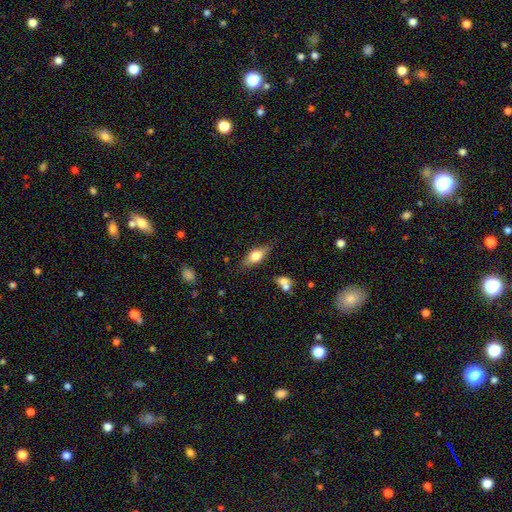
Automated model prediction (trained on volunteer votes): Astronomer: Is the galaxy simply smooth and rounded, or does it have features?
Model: smooth — 61%.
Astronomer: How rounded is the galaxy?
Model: in between — 72%.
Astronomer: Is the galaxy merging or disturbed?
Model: none — 78%.